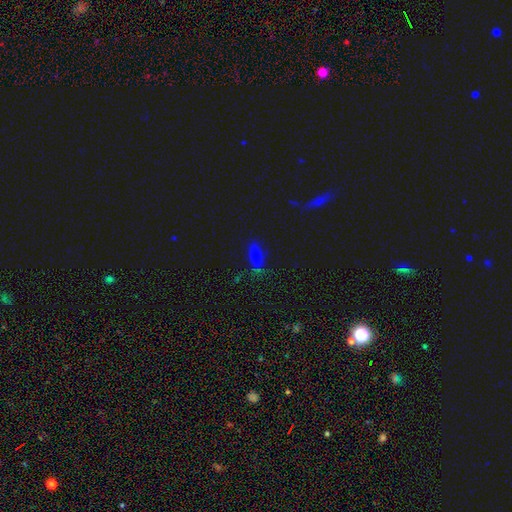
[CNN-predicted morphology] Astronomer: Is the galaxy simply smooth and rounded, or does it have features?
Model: smooth — 67%.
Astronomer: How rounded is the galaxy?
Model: in between — 69%.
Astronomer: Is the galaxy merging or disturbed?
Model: none — 67%.